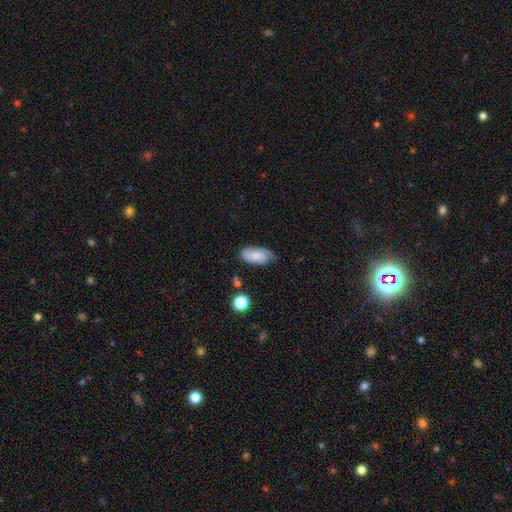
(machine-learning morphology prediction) smooth 63%, featured or disk 30%, star or artifact 8%. Down the decision tree: how rounded — in between (92%); merging — none (64%).